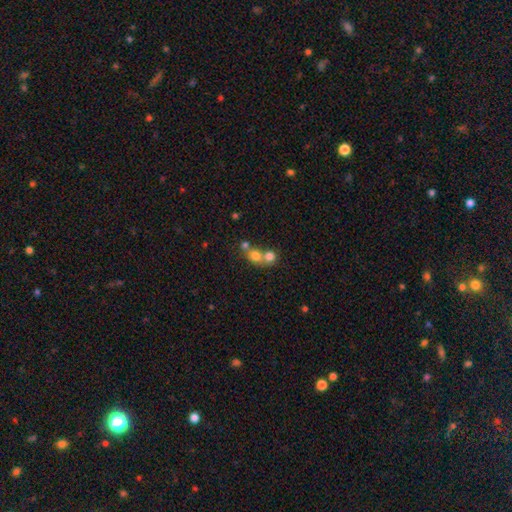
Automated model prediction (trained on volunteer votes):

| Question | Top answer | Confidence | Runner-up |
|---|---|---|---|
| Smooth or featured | smooth | 72% | featured or disk (14%) |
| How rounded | round | 80% | in between (19%) |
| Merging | merger | 60% | none (32%) |